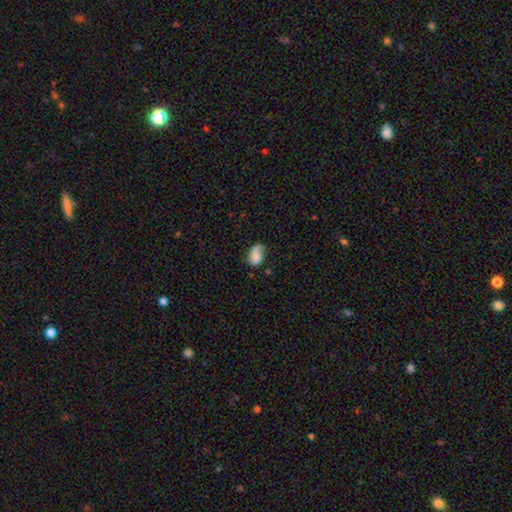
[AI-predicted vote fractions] A smooth galaxy with no disk features (63%) that is in between round and cigar-shaped (85%). Merging: none (40%).